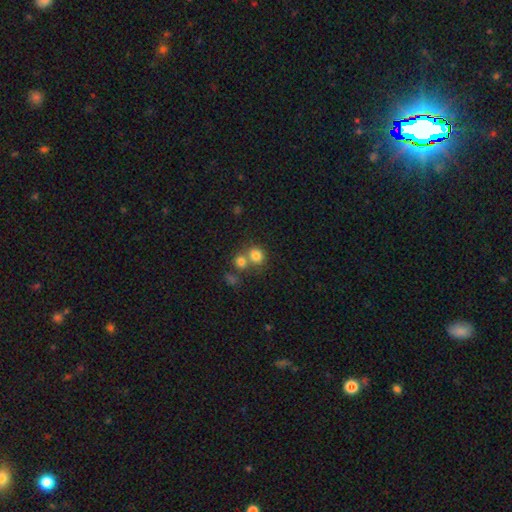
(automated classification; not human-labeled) Smooth or featured: smooth — 78% (star or artifact — 12%)
How rounded: round — 71% (in between — 28%)
Merging: merger — 46% (none — 42%)